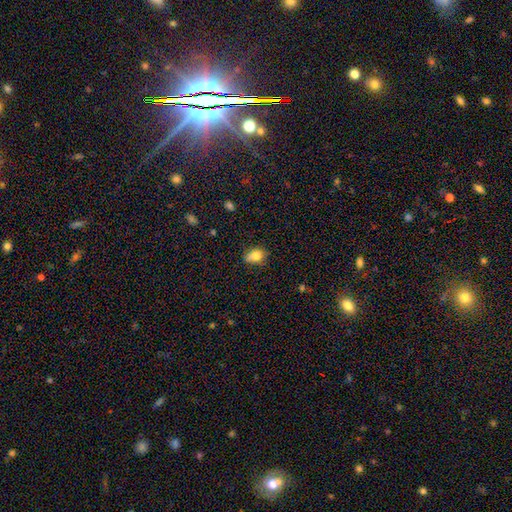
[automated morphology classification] smooth-or-featured: smooth: 79% | featured or disk: 11% | star or artifact: 10%
  how-rounded: in between: 61% | round: 37% | cigar-shaped: 2%
  merging: none: 52% | minor disturbance: 33% | major disturbance: 9% | merger: 6%